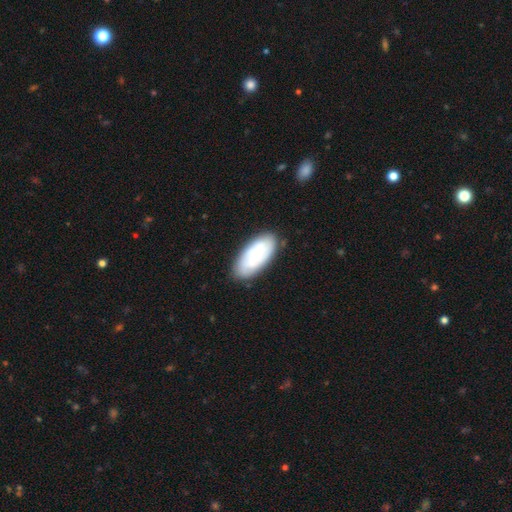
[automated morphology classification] The model was most divided on "smooth or featured": smooth: 48%, featured or disk: 46%, star or artifact: 6%. More confident: merging — none (80%).